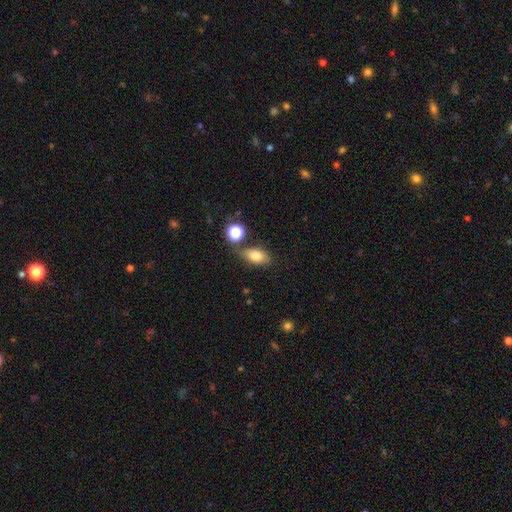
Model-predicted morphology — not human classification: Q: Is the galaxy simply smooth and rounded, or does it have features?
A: smooth — 77%.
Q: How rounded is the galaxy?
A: in between — 83%.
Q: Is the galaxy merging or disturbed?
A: none — 71%.